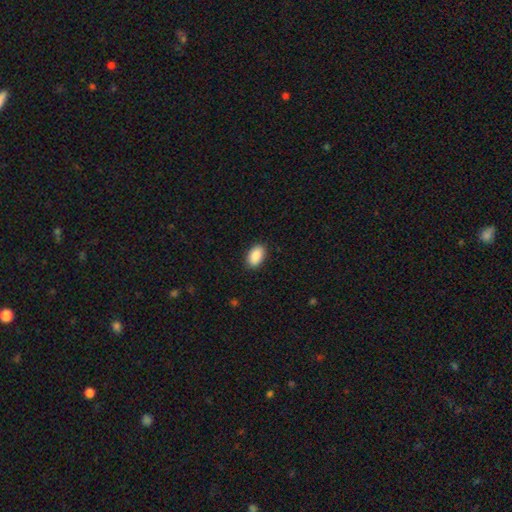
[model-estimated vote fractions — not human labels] Smooth or featured? Predicted: smooth (p=0.90). How rounded? Predicted: in between (p=0.93). Merging? Predicted: none (p=0.89).